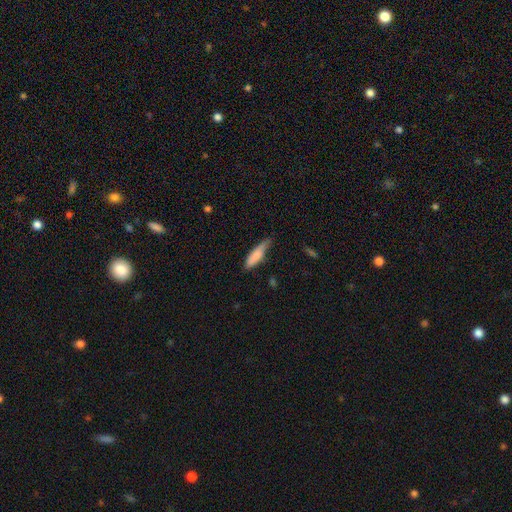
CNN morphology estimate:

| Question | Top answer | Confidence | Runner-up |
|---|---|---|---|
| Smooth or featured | smooth | 81% | featured or disk (13%) |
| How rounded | cigar-shaped | 67% | in between (31%) |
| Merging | none | 56% | minor disturbance (35%) |